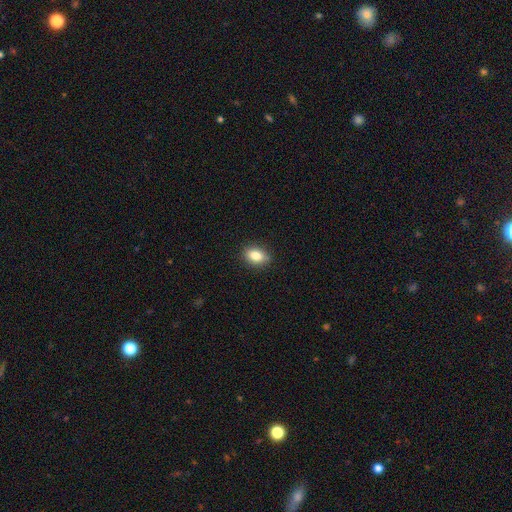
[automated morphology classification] Smooth or featured: smooth — 84% (star or artifact — 9%)
How rounded: in between — 74% (round — 24%)
Merging: none — 87% (minor disturbance — 10%)